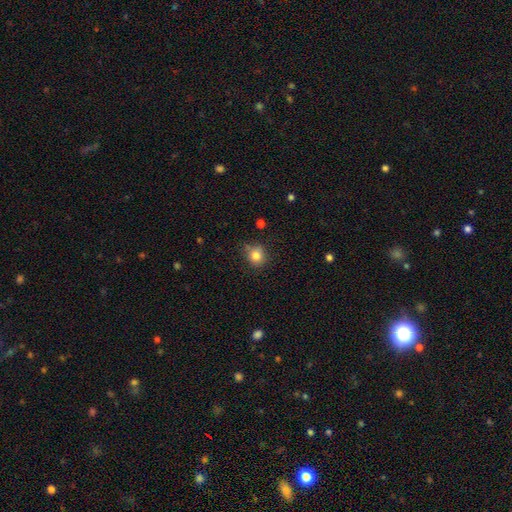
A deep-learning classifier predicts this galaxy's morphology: Overall: smooth (82%). How rounded: round (83%). Merging: none (77%).